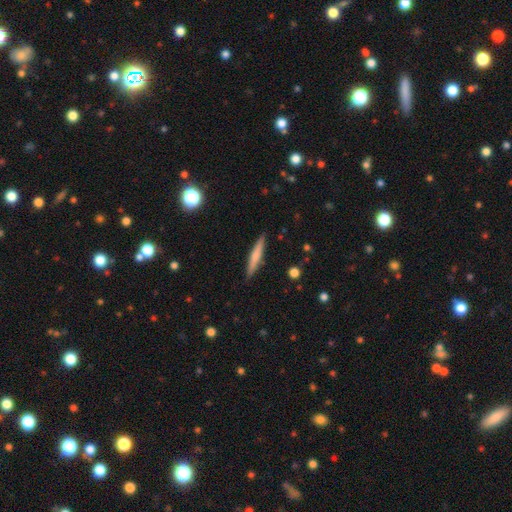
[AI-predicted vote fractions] This appears to be a smooth galaxy with no disk features (62%) that is cigar-shaped (93%). Merging: none (89%).